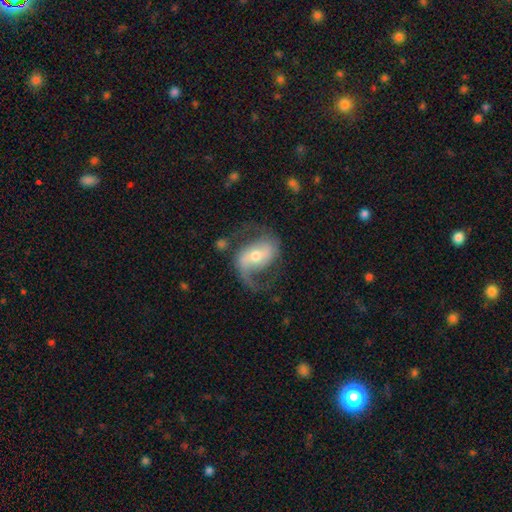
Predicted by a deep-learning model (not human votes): smooth-or-featured: featured or disk: 85% | smooth: 10% | star or artifact: 5%
  disk-edge-on: no: 97% | yes: 3%
    bar: weak: 40% | strong: 33% | no: 27%
    has-spiral-arms: yes: 94% | no: 6%
      spiral-winding: loose: 49% | medium: 42% | tight: 9%
      spiral-arm-count: 2: 85% | 1: 9% | can't tell: 3% | 3: 1% | 4: 1% | more than 4: 1%
    bulge-size: moderate: 55% | small: 38% | large: 5% | none: 1% | dominant: 1%
  merging: none: 67% | minor disturbance: 16% | major disturbance: 14% | merger: 2%